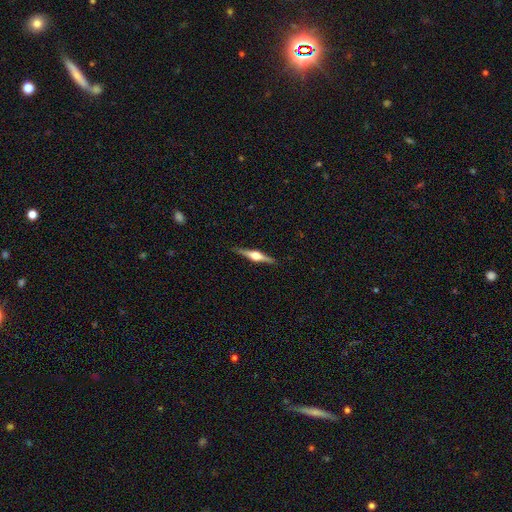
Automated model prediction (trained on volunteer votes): Morphology: type=featured or disk (77%); edge-on=yes (98%); edge-on bulge=rounded (94%); merging=none (90%).